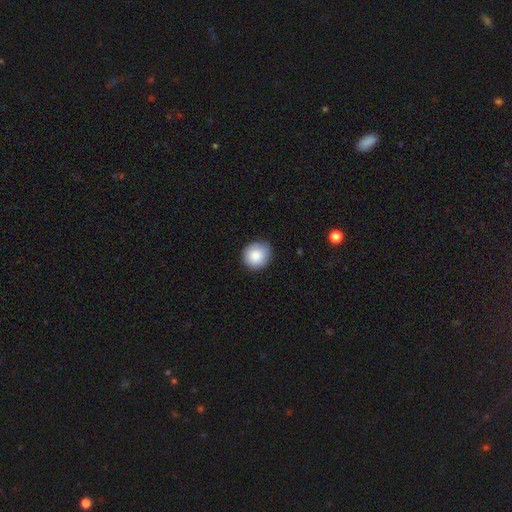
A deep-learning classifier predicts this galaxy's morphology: Smooth or featured? smooth (86%)
How rounded? round (87%)
Merging? none (83%)